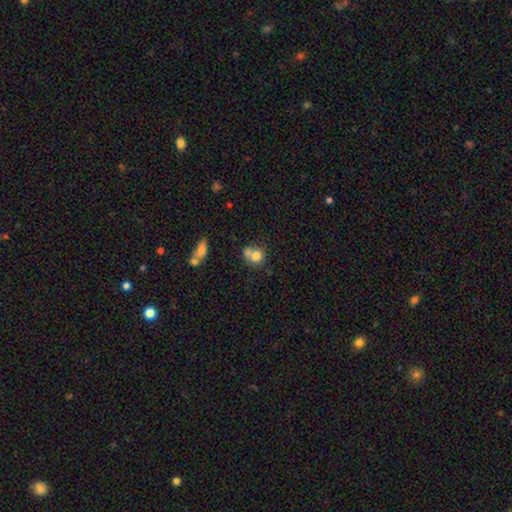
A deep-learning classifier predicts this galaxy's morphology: This is likely a smooth galaxy (76%). How rounded: likely round (71%). Merging: possibly merger (49%).